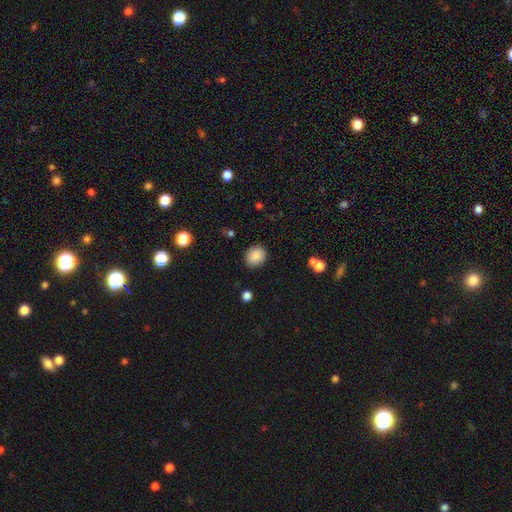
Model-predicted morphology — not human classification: This appears to be a smooth galaxy with no disk features (87%) that is round (65%). Merging: none (88%).